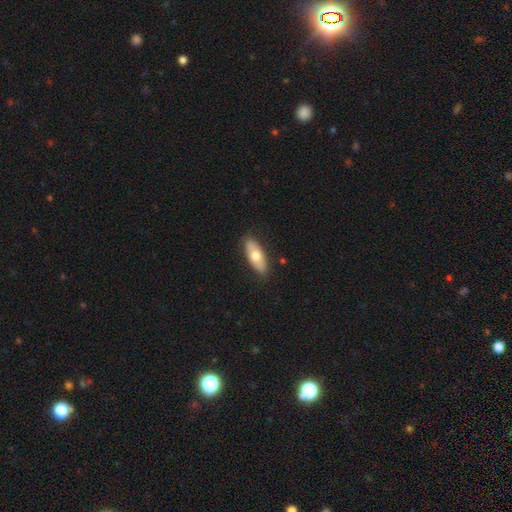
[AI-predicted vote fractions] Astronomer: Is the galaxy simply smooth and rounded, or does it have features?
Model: smooth — 66%.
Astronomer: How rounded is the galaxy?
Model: in between — 81%.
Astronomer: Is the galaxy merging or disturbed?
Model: none — 85%.